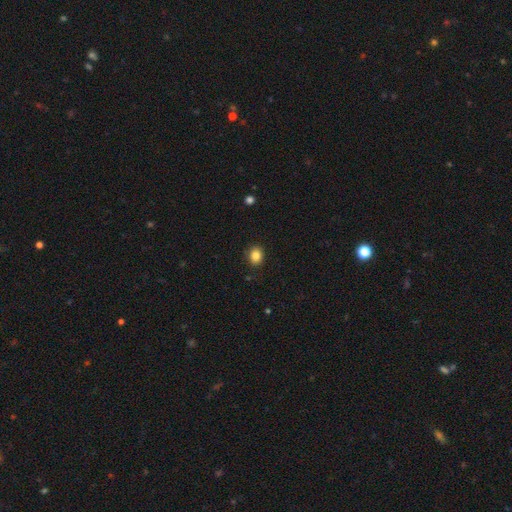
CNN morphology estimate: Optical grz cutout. It shows a smooth galaxy with no disk features (85%) that is round (53%). Merging: none (87%).